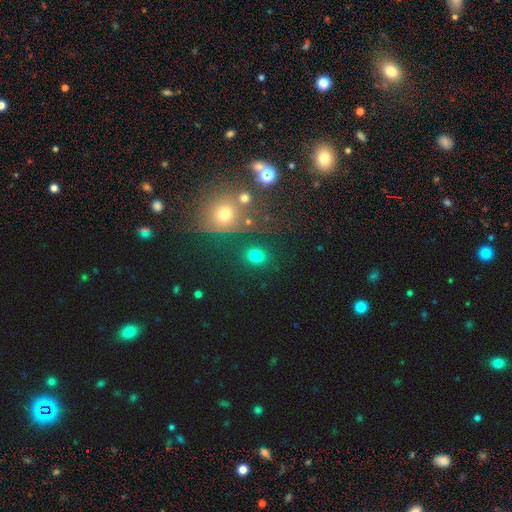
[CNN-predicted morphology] Smooth or featured? smooth (76%)
How rounded? round (66%)
Merging? none (84%)